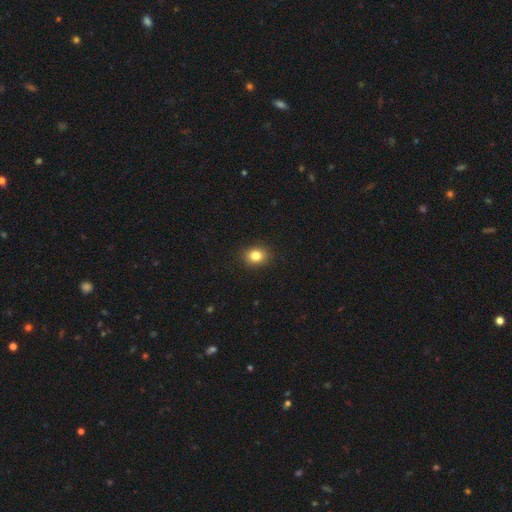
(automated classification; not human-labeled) Smooth or featured?
  - smooth: 83% *
  - star or artifact: 11%
  - featured or disk: 6%
How rounded?
  - round: 60% *
  - in between: 39%
  - cigar-shaped: 1%
Merging?
  - none: 90% *
  - minor disturbance: 7%
  - major disturbance: 2%
  - merger: 1%